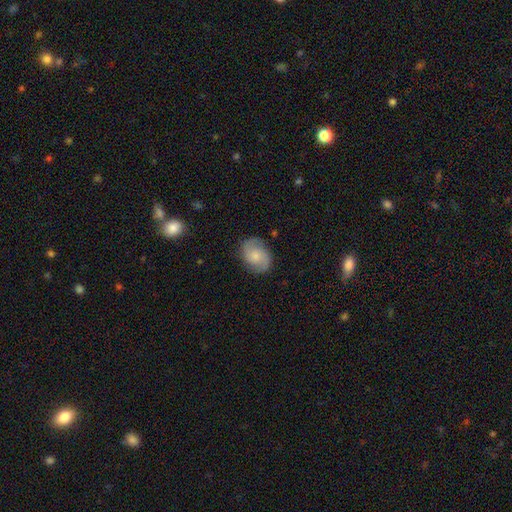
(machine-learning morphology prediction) type=featured or disk (53%); edge-on=no (97%); bar=no (69%); spiral arms=yes (90%); bulge=small (42%); merging=none (79%).